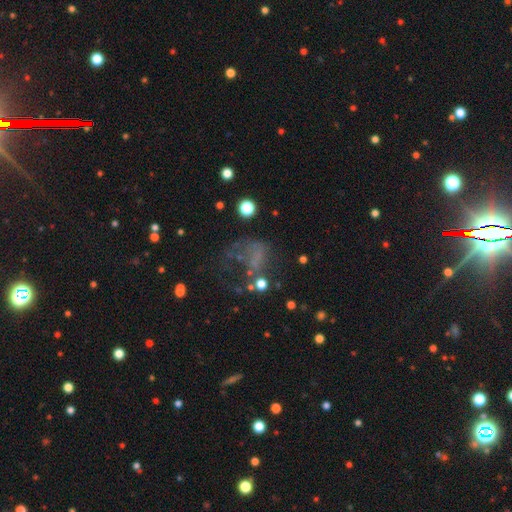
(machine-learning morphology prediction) This appears to be a smooth galaxy with no disk features (36%). Merging: major disturbance (44%).